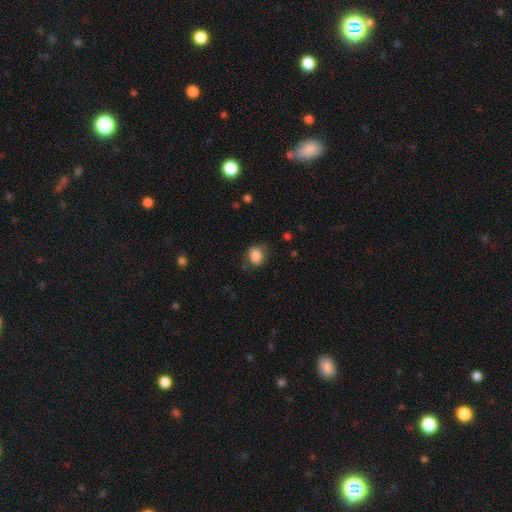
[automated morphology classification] Smooth or featured?
  - smooth: 85% *
  - star or artifact: 8%
  - featured or disk: 7%
How rounded?
  - in between: 63% *
  - round: 36%
  - cigar-shaped: 1%
Merging?
  - none: 71% *
  - minor disturbance: 20%
  - major disturbance: 7%
  - merger: 1%